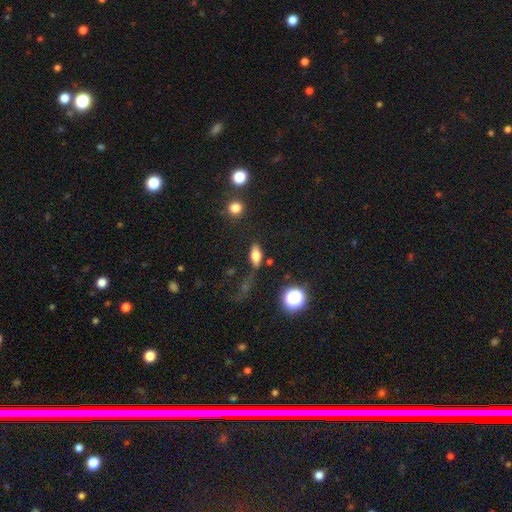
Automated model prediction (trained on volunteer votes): This is likely a smooth galaxy (68%). How rounded: likely in between (80%). Merging: likely none (67%).